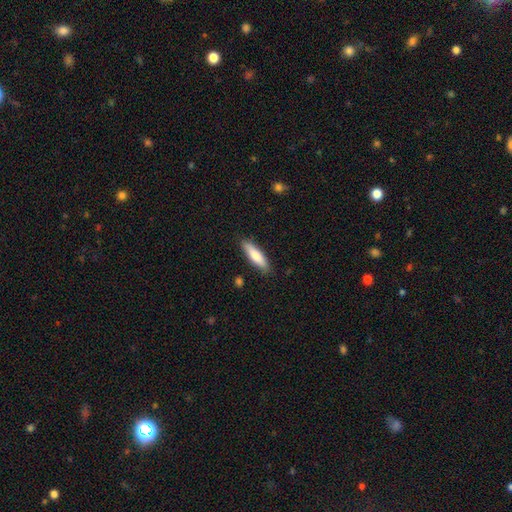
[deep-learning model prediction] The model was most divided on "how rounded": cigar-shaped: 65%, in between: 34%, round: 2%. More confident: merging — none (87%); smooth or featured — smooth (75%).